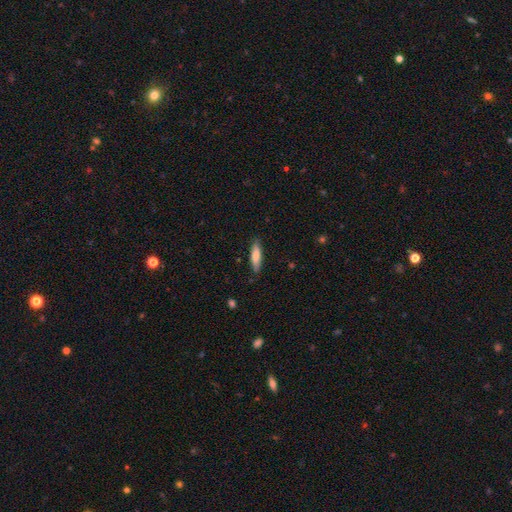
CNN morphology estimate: Overall: smooth (74%). How rounded: cigar-shaped (68%; in between 31%). Merging: none (86%).